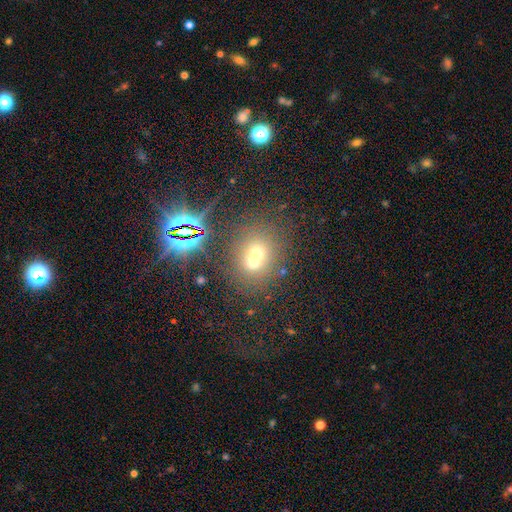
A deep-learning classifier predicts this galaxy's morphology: Smooth or featured? smooth (52%)
How rounded? round (70%)
Merging? merger (55%)